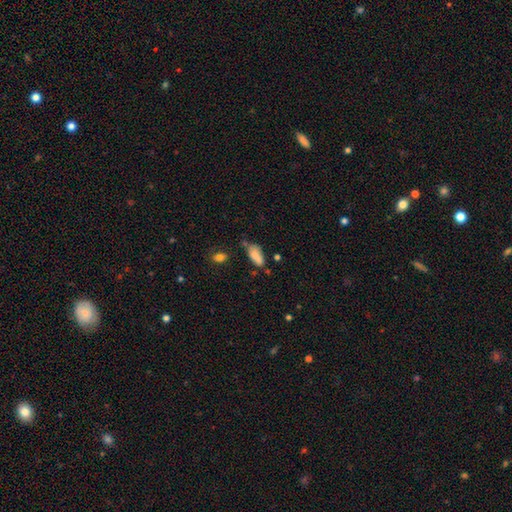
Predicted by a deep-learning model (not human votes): Smooth or featured?
  - smooth: 82% *
  - featured or disk: 9%
  - star or artifact: 9%
How rounded?
  - in between: 86% *
  - cigar-shaped: 12%
  - round: 3%
Merging?
  - none: 50% *
  - minor disturbance: 31%
  - merger: 10%
  - major disturbance: 9%